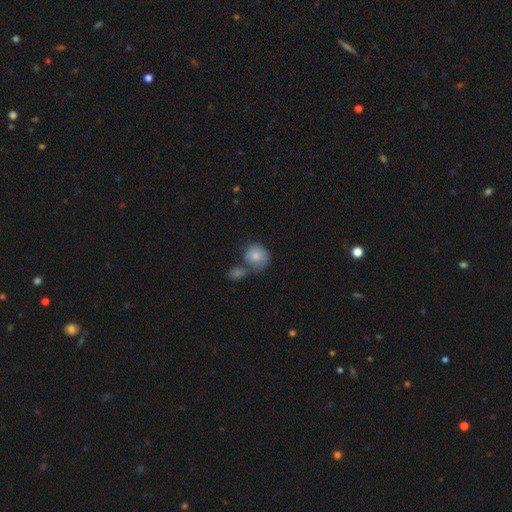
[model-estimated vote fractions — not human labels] A smooth galaxy with no disk features (80%) that is round (76%).

Vote fractions:
- Smooth or featured? smooth: 80% / featured or disk: 13% / star or artifact: 7%
- How rounded? round: 76% / in between: 23% / cigar-shaped: 1%
- Merging? merger: 42% / none: 39% / minor disturbance: 14% / major disturbance: 6%